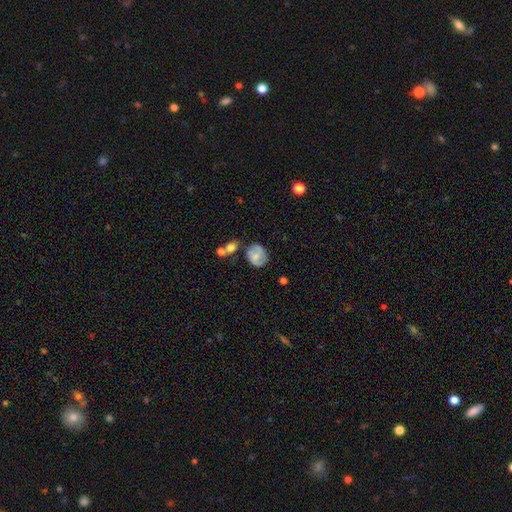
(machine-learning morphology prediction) A smooth galaxy with no disk features (52%) that is round (61%). Merging: none (58%).